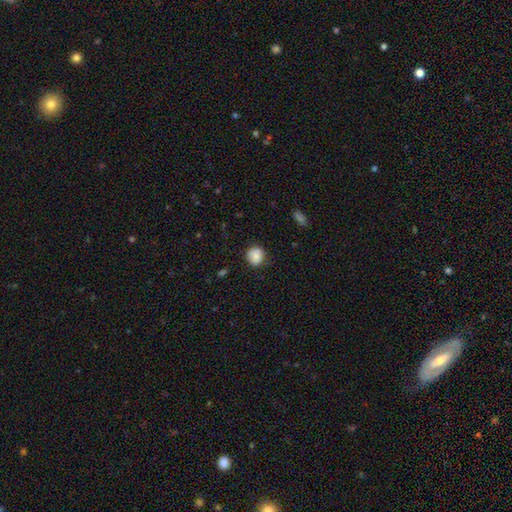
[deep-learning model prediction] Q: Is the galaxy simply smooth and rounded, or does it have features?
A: smooth — 83%.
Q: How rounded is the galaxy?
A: round — 83%.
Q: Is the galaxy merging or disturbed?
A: none — 76%.